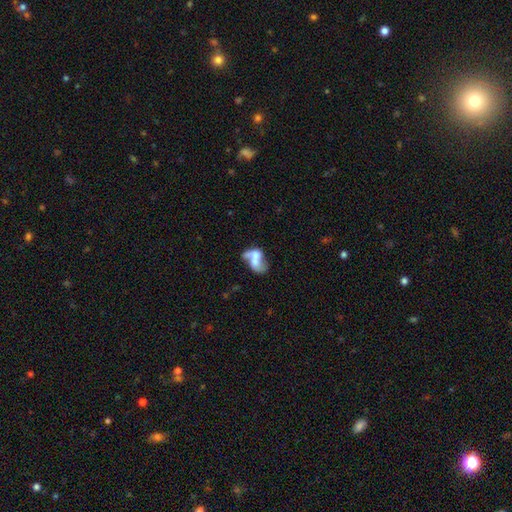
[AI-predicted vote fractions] This appears to be a featured or disk galaxy (52%). Merging: merger (55%).